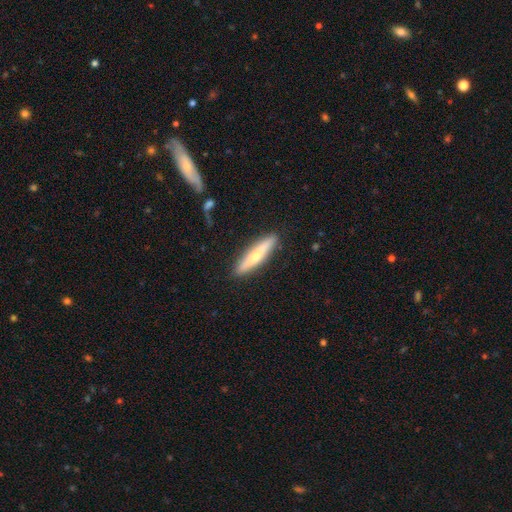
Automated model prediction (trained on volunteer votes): Smooth or featured?
  - smooth: 50% *
  - featured or disk: 44%
  - star or artifact: 6%
How rounded?
  - cigar-shaped: 87% *
  - in between: 12%
  - round: 2%
Merging?
  - none: 89% *
  - minor disturbance: 8%
  - major disturbance: 2%
  - merger: 1%